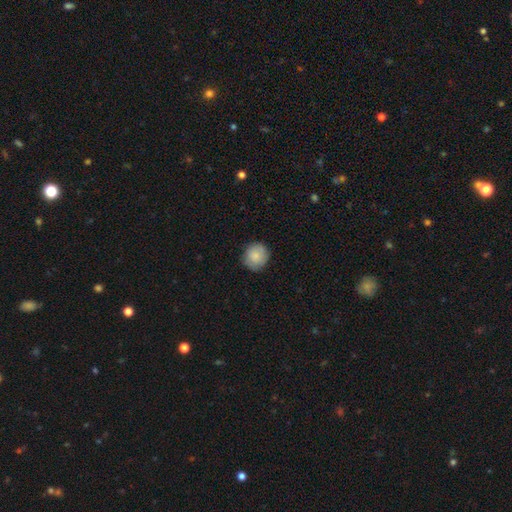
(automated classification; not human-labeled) smooth 82%, featured or disk 11%, star or artifact 7%. Down the decision tree: how rounded — round (90%); merging — none (82%).